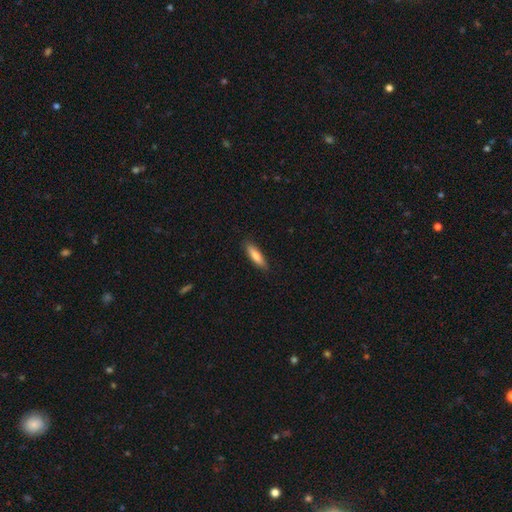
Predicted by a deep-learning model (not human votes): smooth_or_featured: smooth (p=0.77) [alt: featured or disk p=0.17]
how_rounded: cigar-shaped (p=0.65) [alt: in between p=0.33]
merging: none (p=0.87) [alt: minor disturbance p=0.10]